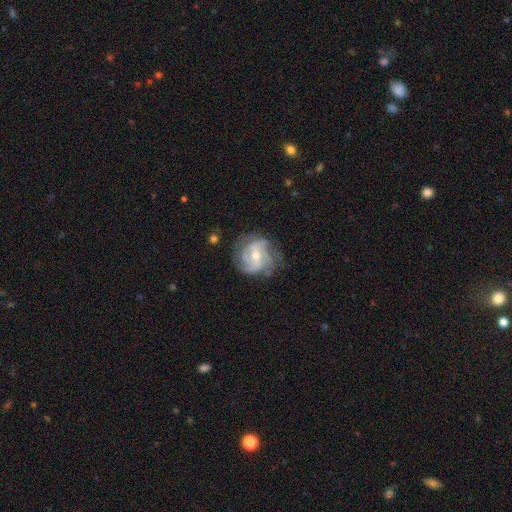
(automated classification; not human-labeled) Smooth or featured?
  - featured or disk: 84% *
  - smooth: 9%
  - star or artifact: 7%
Edge-on disk?
  - no: 97% *
  - yes: 3%
Bar?
  - weak: 44% *
  - no: 36%
  - strong: 19%
Spiral arms?
  - yes: 94% *
  - no: 6%
Spiral winding?
  - medium: 43% *
  - tight: 40%
  - loose: 17%
Spiral arm count?
  - 3: 31% *
  - 2: 24%
  - can't tell: 21%
  - 4: 14%
  - more than 4: 5%
  - 1: 5%
Bulge size?
  - moderate: 52% *
  - small: 44%
  - large: 2%
  - none: 1%
  - dominant: 1%
Merging?
  - none: 73% *
  - minor disturbance: 18%
  - major disturbance: 8%
  - merger: 1%